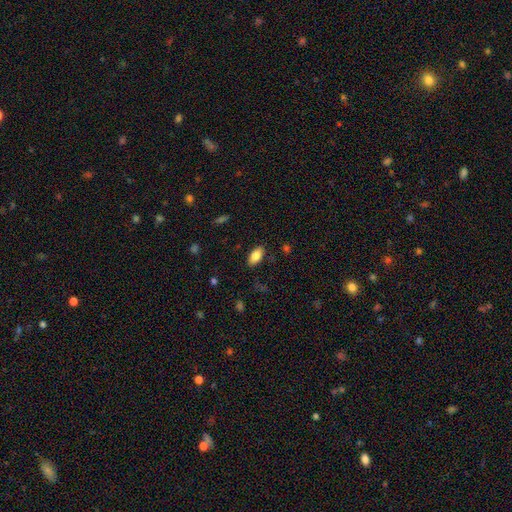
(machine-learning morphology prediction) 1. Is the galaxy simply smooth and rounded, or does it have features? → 82% smooth, 10% featured or disk, 8% star or artifact.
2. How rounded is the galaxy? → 91% in between, 7% cigar-shaped, 3% round.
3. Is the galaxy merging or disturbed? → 85% none, 11% minor disturbance, 3% major disturbance, 1% merger.